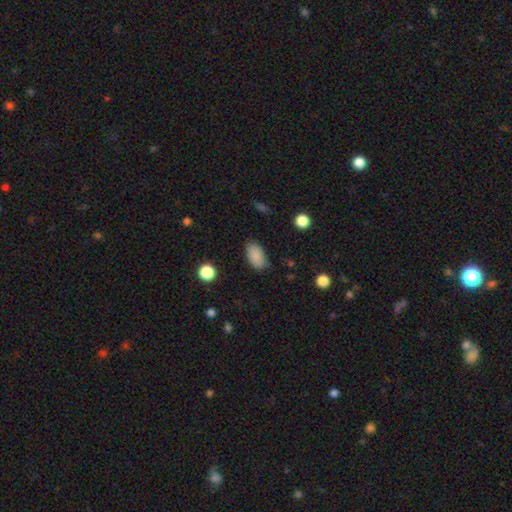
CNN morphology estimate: Smooth or featured? Predicted: smooth (p=0.88). How rounded? Predicted: in between (p=0.93). Merging? Predicted: none (p=0.84).